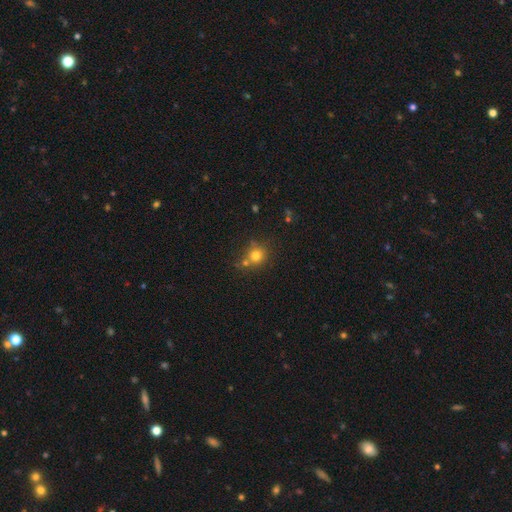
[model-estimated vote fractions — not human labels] Smooth or featured? Predicted: smooth (p=0.75). How rounded? Predicted: round (p=0.85). Merging? Predicted: none (p=0.67).